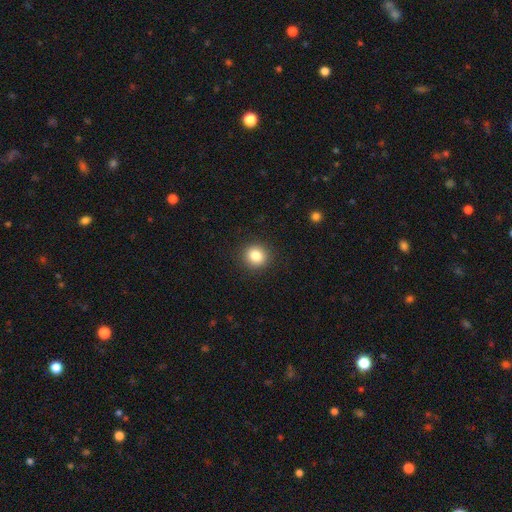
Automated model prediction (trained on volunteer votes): Smooth or featured: smooth — 83% (star or artifact — 11%)
How rounded: round — 89% (in between — 10%)
Merging: none — 91% (minor disturbance — 6%)